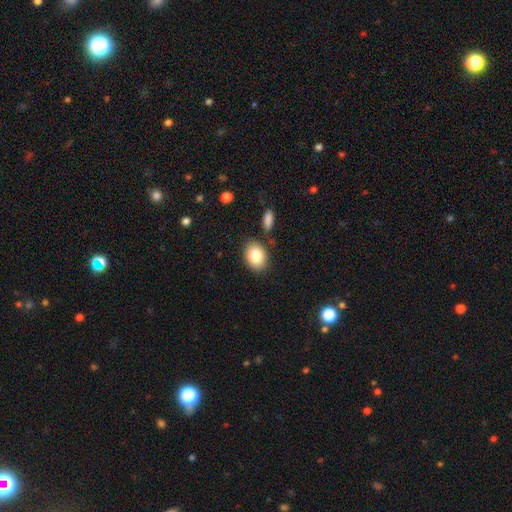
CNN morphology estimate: This appears to be a smooth galaxy with no disk features (82%) that is in between round and cigar-shaped (69%). Merging: none (82%).